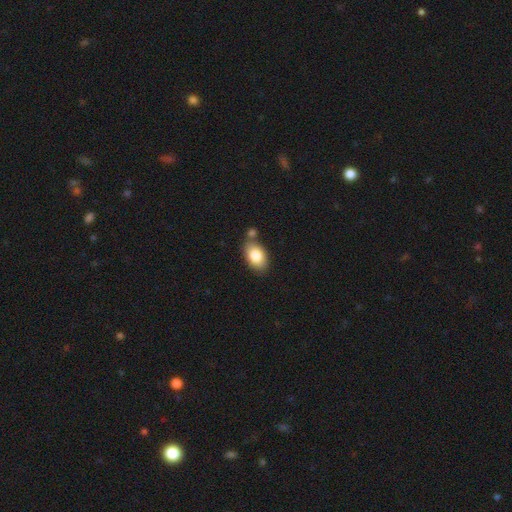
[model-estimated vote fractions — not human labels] This is clearly a smooth galaxy (82%). How rounded: clearly in between (90%). Merging: likely none (67%).